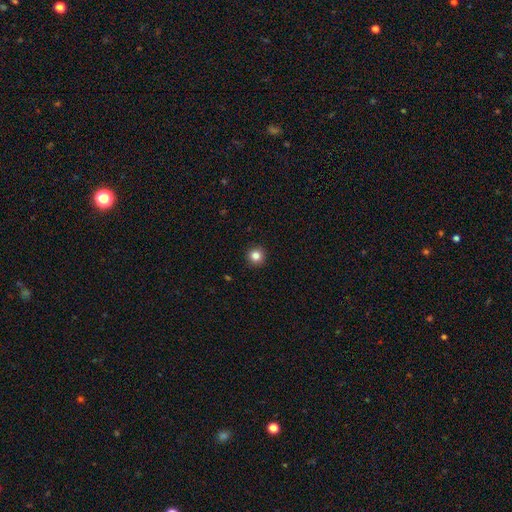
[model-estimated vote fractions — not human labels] smooth 84%, star or artifact 11%, featured or disk 5%. Down the decision tree: how rounded — round (95%); merging — none (93%).